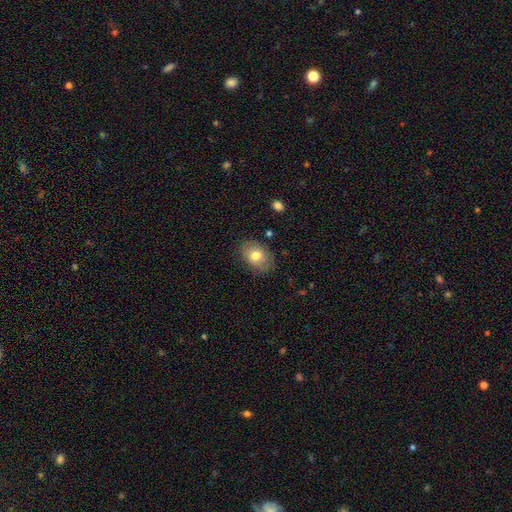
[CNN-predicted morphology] Q: Smooth or featured?
A: smooth (74%); runner-up: featured or disk (18%)
Q: How rounded?
A: in between (79%); runner-up: round (20%)
Q: Merging?
A: none (82%); runner-up: minor disturbance (14%)